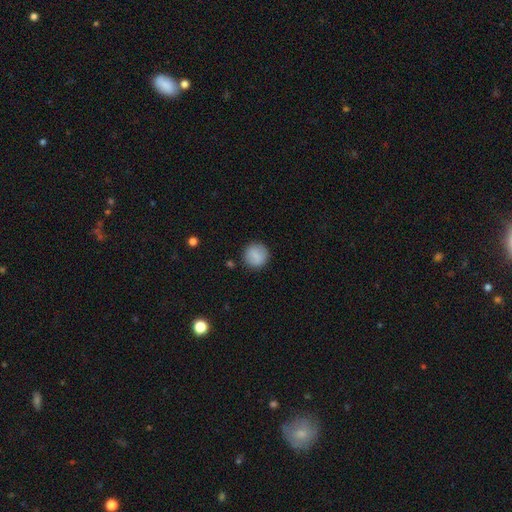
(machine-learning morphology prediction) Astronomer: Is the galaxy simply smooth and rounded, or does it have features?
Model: smooth — 84%.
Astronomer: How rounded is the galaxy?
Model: round — 92%.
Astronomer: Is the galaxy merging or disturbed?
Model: none — 88%.